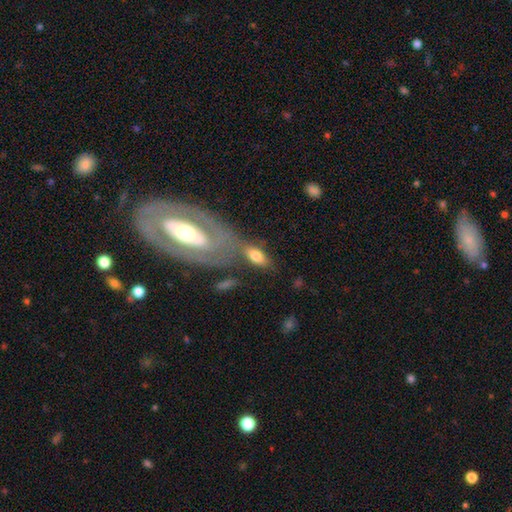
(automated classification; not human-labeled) Smooth or featured: smooth — 69% (featured or disk — 25%)
How rounded: in between — 85% (cigar-shaped — 10%)
Merging: none — 50% (merger — 24%)